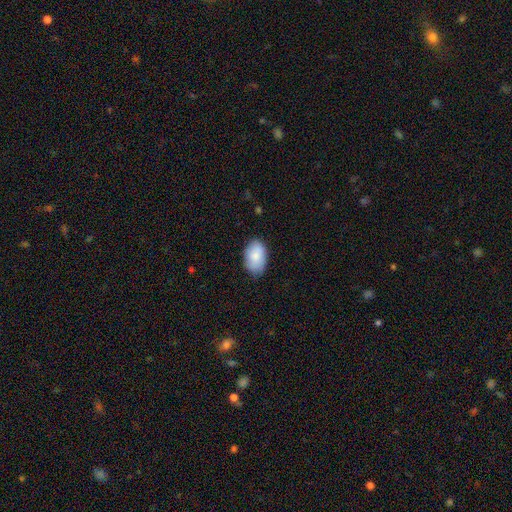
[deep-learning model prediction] Smooth or featured?
  - smooth: 85% *
  - featured or disk: 9%
  - star or artifact: 6%
How rounded?
  - in between: 91% *
  - round: 8%
  - cigar-shaped: 1%
Merging?
  - none: 78% *
  - minor disturbance: 18%
  - major disturbance: 3%
  - merger: 1%